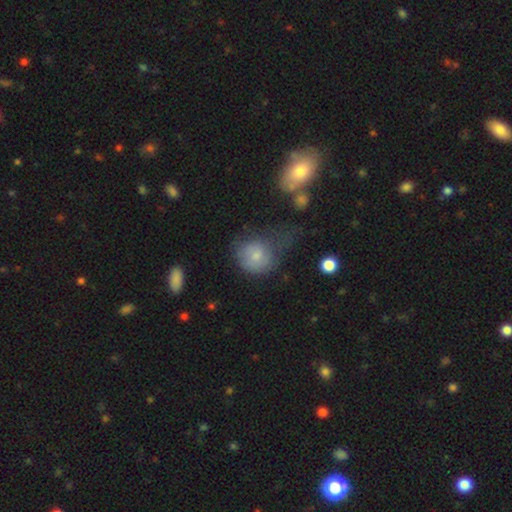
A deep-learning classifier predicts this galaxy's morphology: The model was most divided on "merging": none: 40%, major disturbance: 26%, minor disturbance: 24%, merger: 9%. More confident: how rounded — round (78%); smooth or featured — smooth (70%).